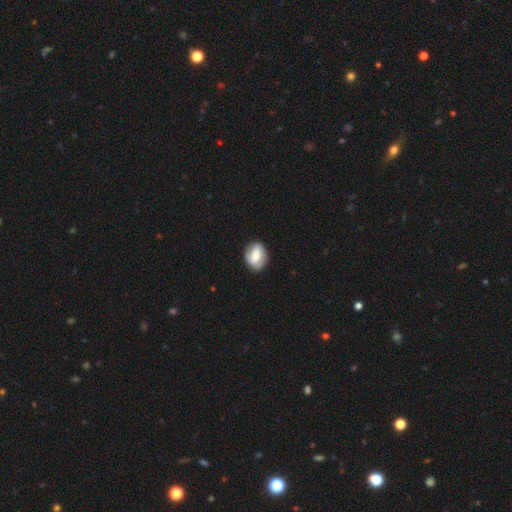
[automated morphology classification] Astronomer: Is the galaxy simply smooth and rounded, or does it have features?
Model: smooth — 62%.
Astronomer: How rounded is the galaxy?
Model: in between — 62%.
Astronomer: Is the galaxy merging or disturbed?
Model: none — 82%.